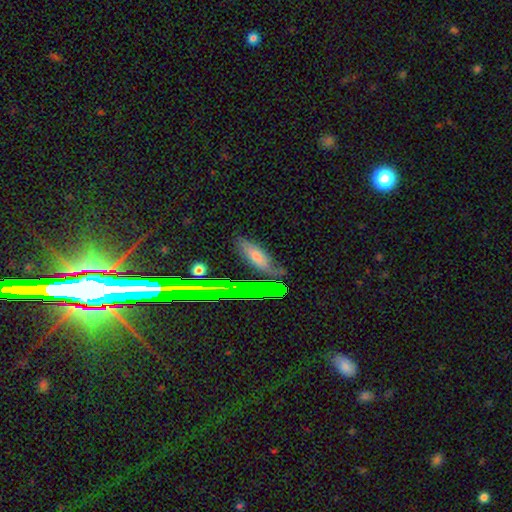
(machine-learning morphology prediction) type=smooth (58%); roundness=in between (58%); merging=none (74%).